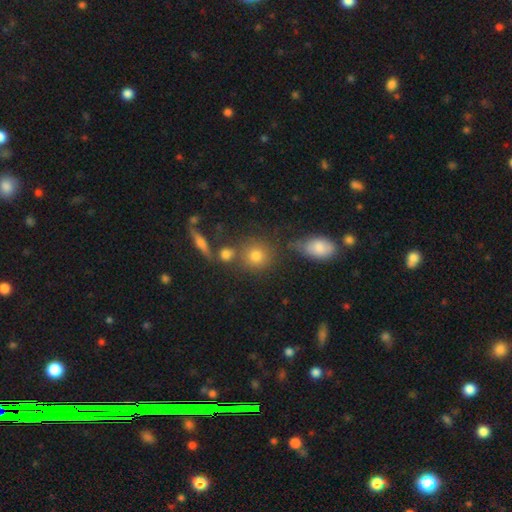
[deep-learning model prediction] Q: Smooth or featured?
A: smooth (74%); runner-up: star or artifact (13%)
Q: How rounded?
A: round (86%); runner-up: in between (13%)
Q: Merging?
A: none (69%); runner-up: merger (15%)